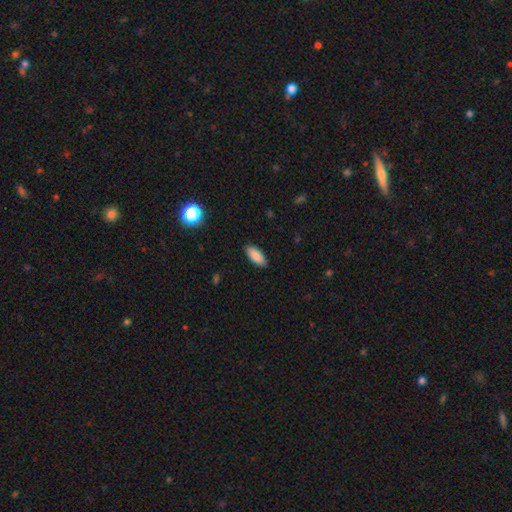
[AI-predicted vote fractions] Smooth or featured: smooth — 88% (star or artifact — 7%)
How rounded: in between — 84% (cigar-shaped — 15%)
Merging: none — 89% (minor disturbance — 8%)